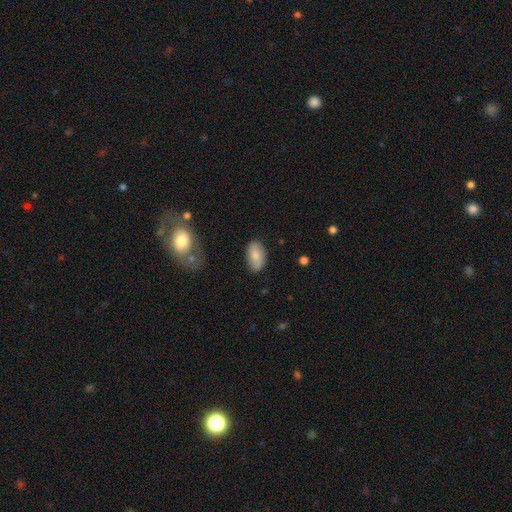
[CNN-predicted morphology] smooth 75%, featured or disk 18%, star or artifact 7%. Down the decision tree: how rounded — in between (93%); merging — none (83%).